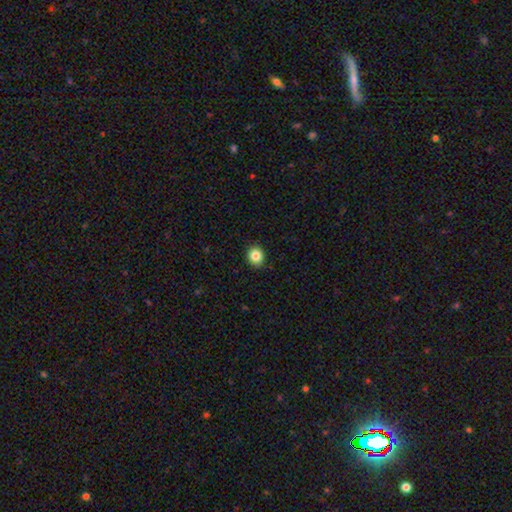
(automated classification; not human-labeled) A smooth galaxy with no disk features (85%) that is round (76%).

Vote fractions:
- Smooth or featured? smooth: 85% / star or artifact: 10% / featured or disk: 5%
- How rounded? round: 76% / in between: 23% / cigar-shaped: 1%
- Merging? none: 91% / minor disturbance: 7% / major disturbance: 2% / merger: 1%